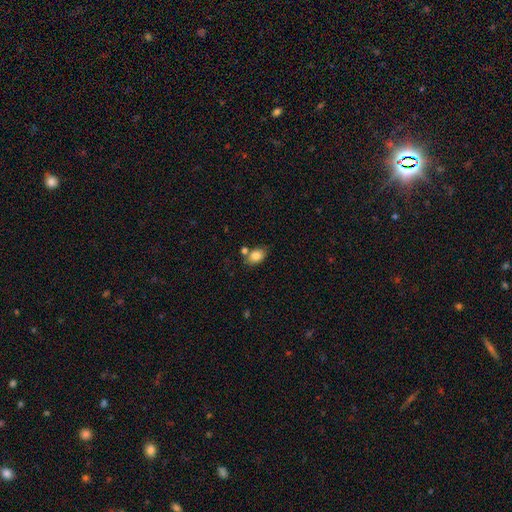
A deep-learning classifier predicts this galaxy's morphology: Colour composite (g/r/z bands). It shows a smooth galaxy with no disk features (83%) that is in between round and cigar-shaped (81%). Merging: none (66%).